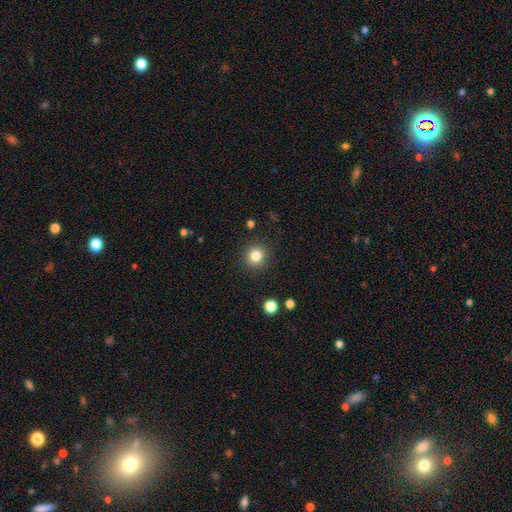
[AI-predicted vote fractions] This appears to be a smooth galaxy with no disk features (83%) that is round (90%). Merging: none (90%).